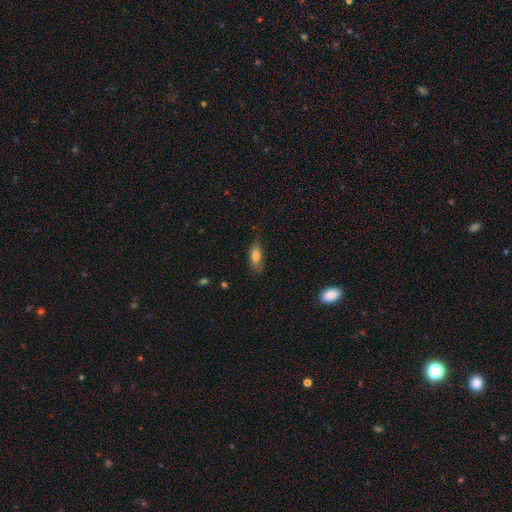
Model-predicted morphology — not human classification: Q: Smooth or featured?
A: smooth (76%); runner-up: featured or disk (16%)
Q: How rounded?
A: in between (75%); runner-up: cigar-shaped (22%)
Q: Merging?
A: none (73%); runner-up: minor disturbance (21%)